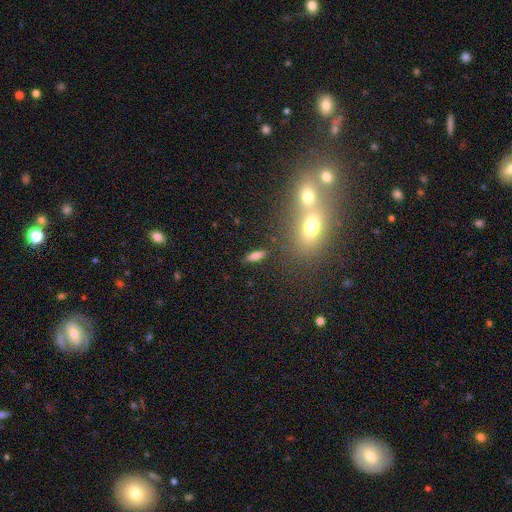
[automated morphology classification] Smooth or featured? Predicted: smooth (p=0.74). How rounded? Predicted: in between (p=0.52). Merging? Predicted: none (p=0.81).